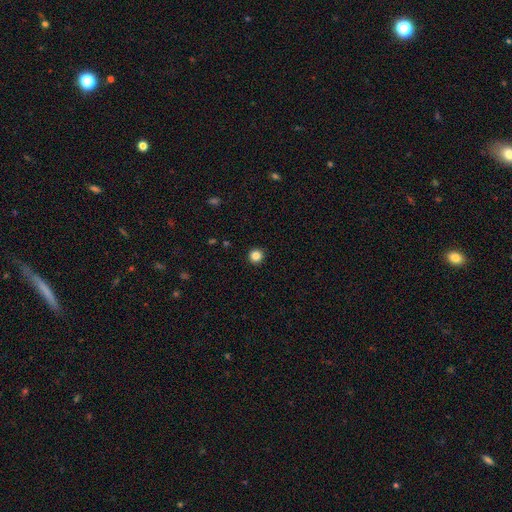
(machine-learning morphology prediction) The model was most divided on "smooth or featured": smooth: 85%, star or artifact: 11%, featured or disk: 4%. More confident: how rounded — round (96%); merging — none (93%).